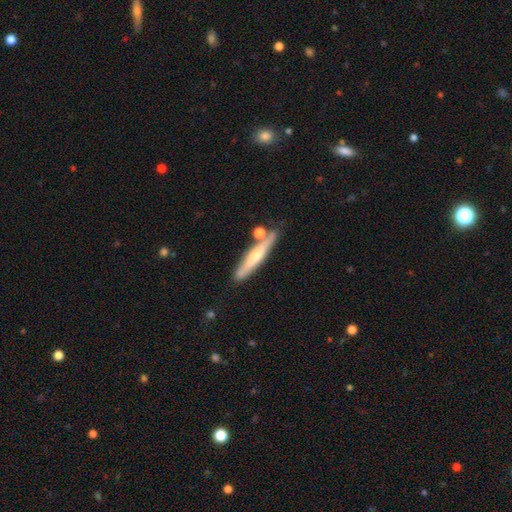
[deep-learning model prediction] Smooth or featured: featured or disk — 48% (smooth — 46%)
Merging: none — 71% (minor disturbance — 14%)